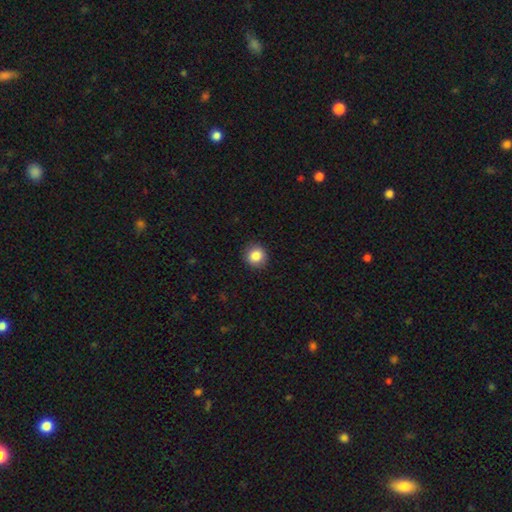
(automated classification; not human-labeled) This is clearly a smooth galaxy (86%). How rounded: clearly round (91%). Merging: clearly none (91%).